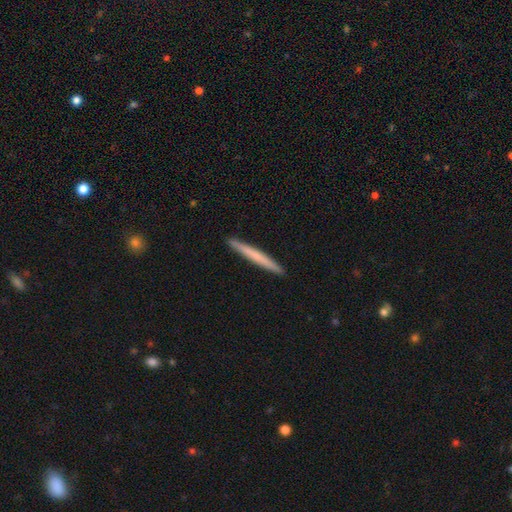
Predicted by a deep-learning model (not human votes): smooth_or_featured: smooth (p=0.62) [alt: featured or disk p=0.33]
how_rounded: cigar-shaped (p=0.97) [alt: in between p=0.02]
merging: none (p=0.93) [alt: minor disturbance p=0.05]